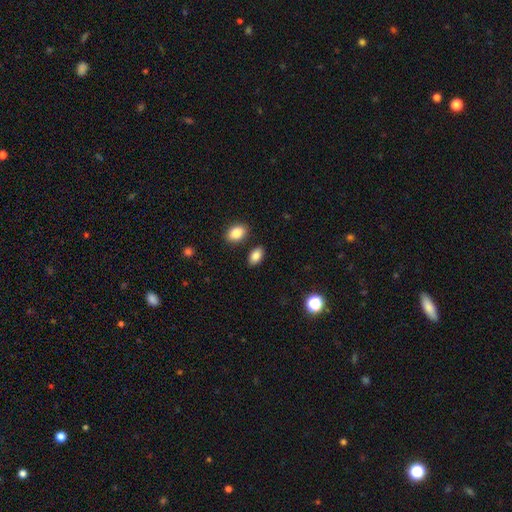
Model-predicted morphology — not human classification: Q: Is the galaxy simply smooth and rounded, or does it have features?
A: smooth — 86%.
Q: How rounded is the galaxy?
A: in between — 92%.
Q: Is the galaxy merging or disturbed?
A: none — 84%.